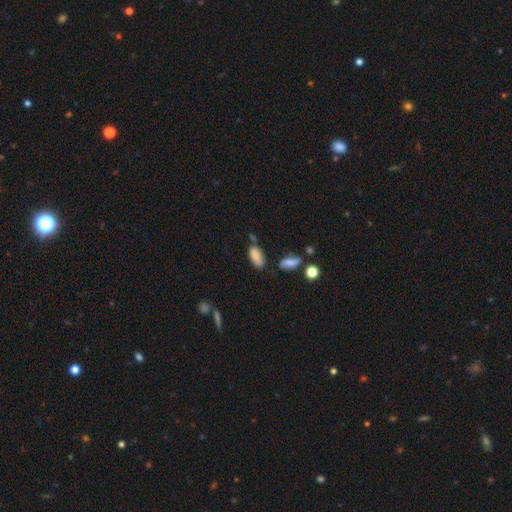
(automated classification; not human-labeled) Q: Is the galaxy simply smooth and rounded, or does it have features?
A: smooth — 80%.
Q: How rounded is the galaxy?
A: in between — 88%.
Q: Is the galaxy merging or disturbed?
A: none — 56%.